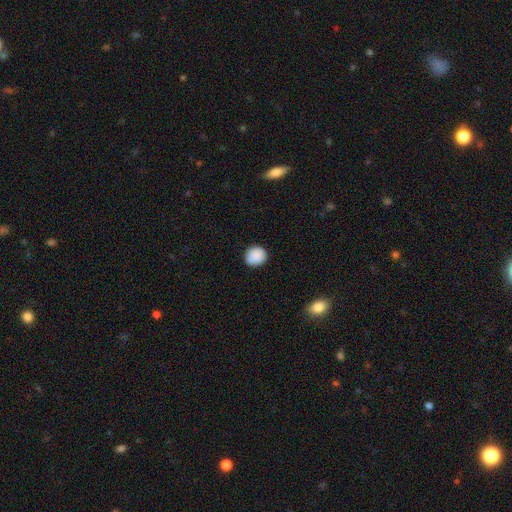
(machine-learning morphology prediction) Overall: smooth (87%). How rounded: round (87%). Merging: none (81%).